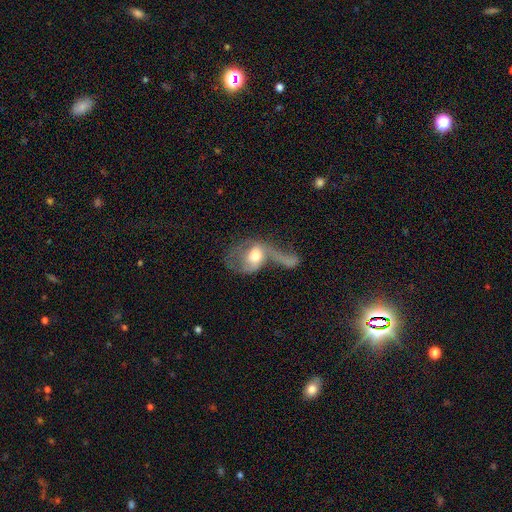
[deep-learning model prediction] smooth-or-featured: featured or disk: 50% | smooth: 42% | star or artifact: 8%
  disk-edge-on: no: 94% | yes: 6%
  merging: major disturbance: 47% | merger: 34% | none: 10% | minor disturbance: 9%